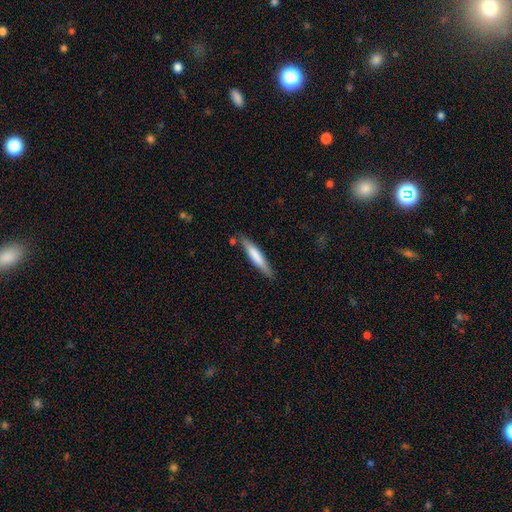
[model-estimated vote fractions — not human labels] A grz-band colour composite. It shows a smooth galaxy with no disk features (69%) that is cigar-shaped (91%). Merging: none (81%).